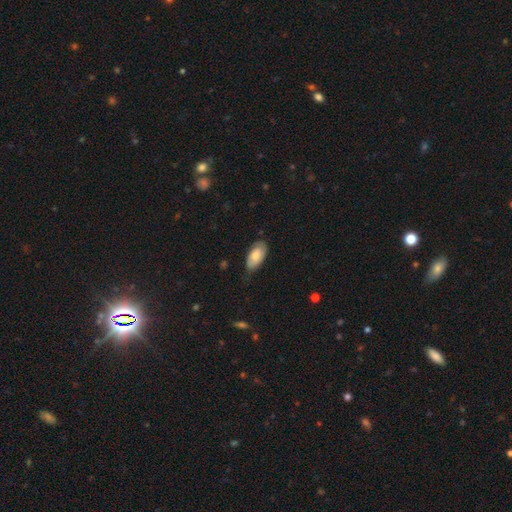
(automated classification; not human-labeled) A smooth galaxy with no disk features (73%) that is in between round and cigar-shaped (93%). Merging: none (63%).